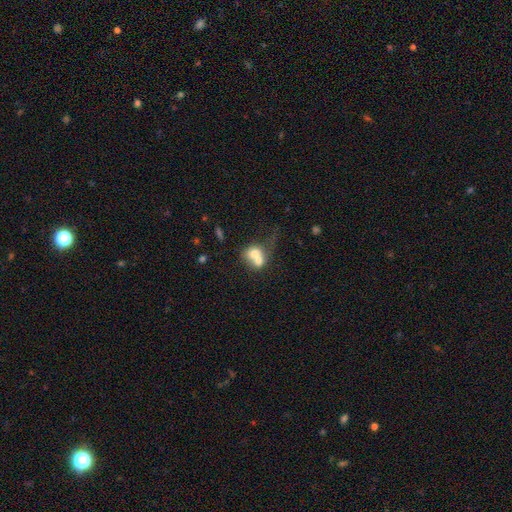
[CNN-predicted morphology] Smooth or featured?
  - smooth: 64% *
  - featured or disk: 27%
  - star or artifact: 10%
How rounded?
  - round: 59% *
  - in between: 40%
  - cigar-shaped: 1%
Merging?
  - merger: 71% *
  - none: 16%
  - minor disturbance: 7%
  - major disturbance: 6%